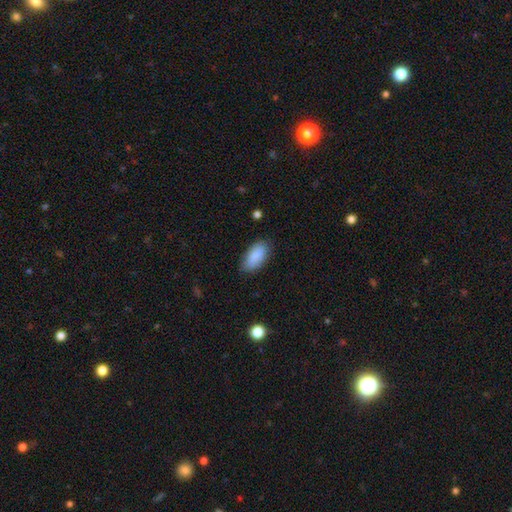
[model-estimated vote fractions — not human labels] The model was most divided on "merging": none: 81%, minor disturbance: 15%, major disturbance: 3%, merger: 1%. More confident: how rounded — in between (91%); smooth or featured — smooth (88%).